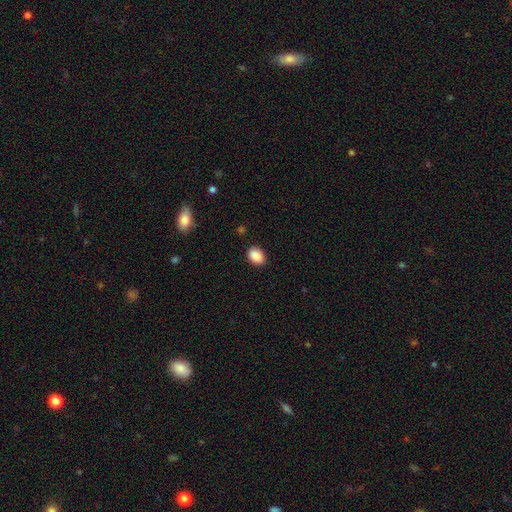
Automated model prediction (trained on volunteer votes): smooth-or-featured: smooth: 89% | star or artifact: 8% | featured or disk: 3%
  how-rounded: in between: 74% | round: 25% | cigar-shaped: 1%
  merging: none: 88% | minor disturbance: 9% | major disturbance: 2% | merger: 1%